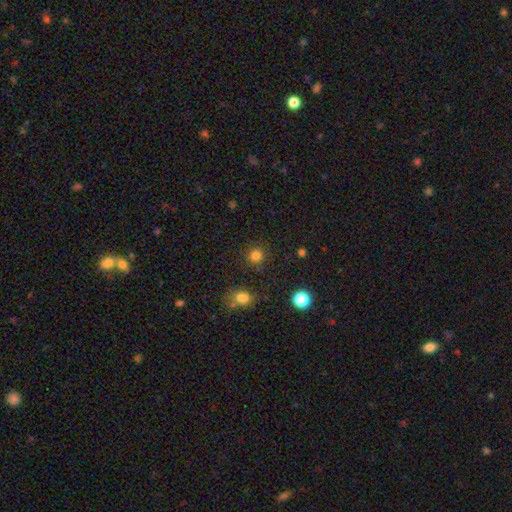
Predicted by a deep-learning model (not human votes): smooth 80%, star or artifact 15%, featured or disk 4%. Down the decision tree: how rounded — round (91%); merging — none (85%).